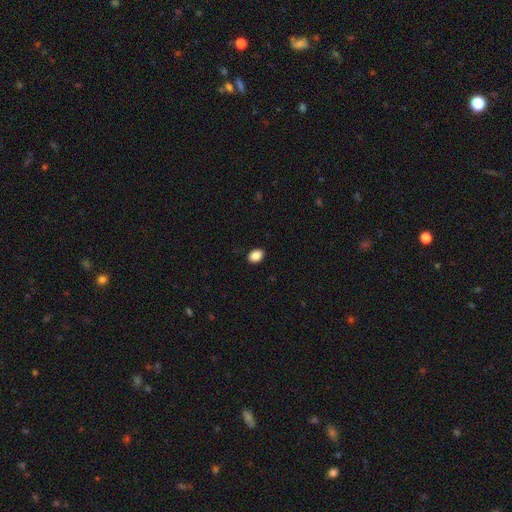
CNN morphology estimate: smooth_or_featured: smooth (p=0.88) [alt: star or artifact p=0.08]
how_rounded: in between (p=0.72) [alt: round p=0.27]
merging: none (p=0.90) [alt: minor disturbance p=0.07]